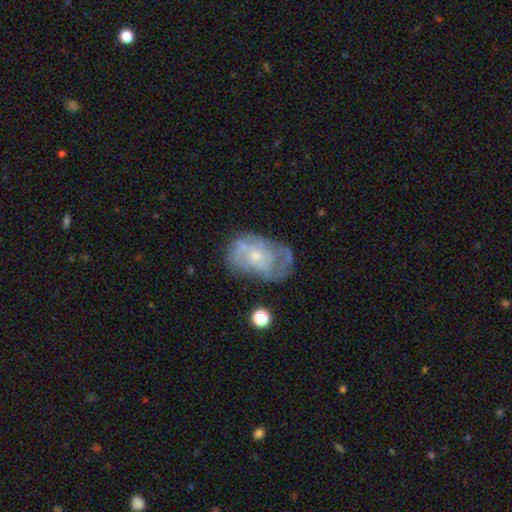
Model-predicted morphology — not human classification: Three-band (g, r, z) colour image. It shows a featured or disk galaxy (74%) with no bar (76%), tight (47%) spiral arms (79%) and a small central bulge (65%). Merging: none (56%).